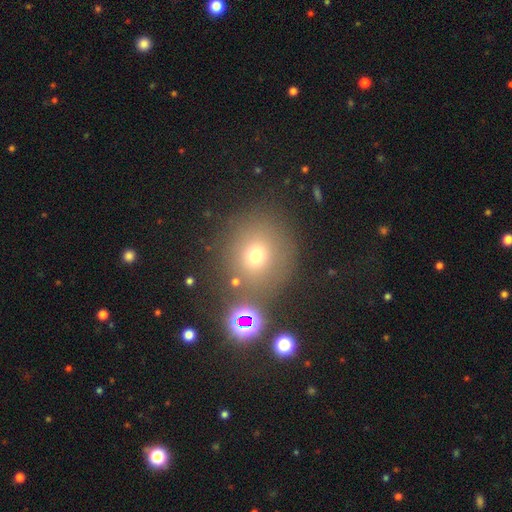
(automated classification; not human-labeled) This appears to be a smooth galaxy with no disk features (66%) that is round (86%). Merging: none (78%).